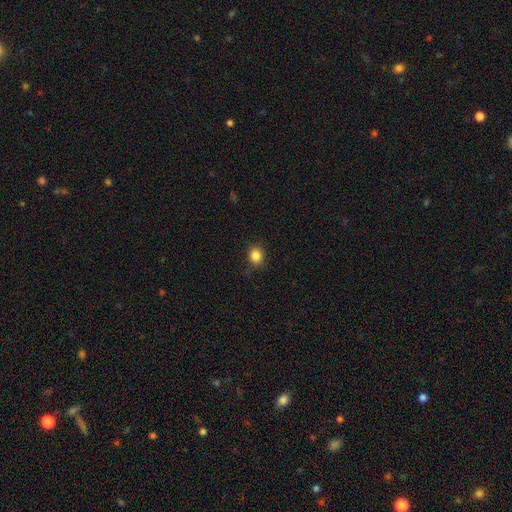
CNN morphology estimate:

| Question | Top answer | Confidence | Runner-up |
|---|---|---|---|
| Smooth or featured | smooth | 85% | star or artifact (11%) |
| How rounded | round | 74% | in between (25%) |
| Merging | none | 86% | minor disturbance (10%) |